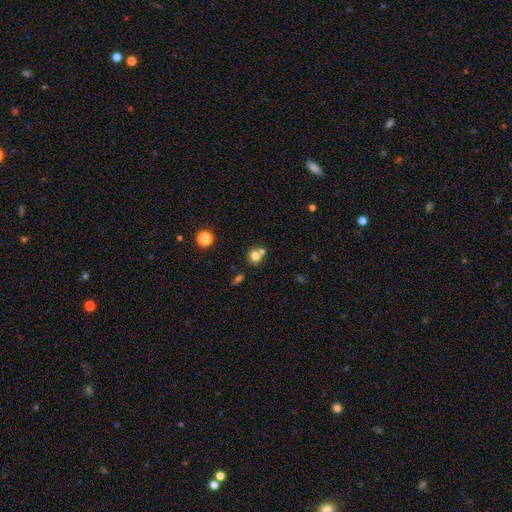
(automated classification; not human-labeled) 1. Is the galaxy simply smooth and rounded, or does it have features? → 75% smooth, 13% star or artifact, 12% featured or disk.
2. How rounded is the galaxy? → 81% round, 18% in between, 1% cigar-shaped.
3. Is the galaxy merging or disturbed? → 53% none, 35% merger, 8% minor disturbance, 3% major disturbance.